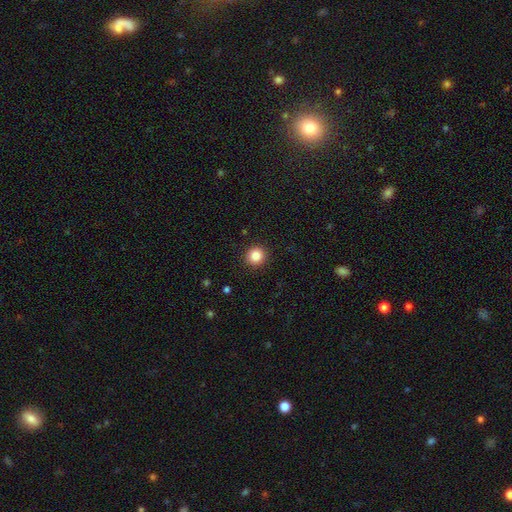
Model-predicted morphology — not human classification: A smooth galaxy with no disk features (85%) that is round (93%). Merging: none (92%).